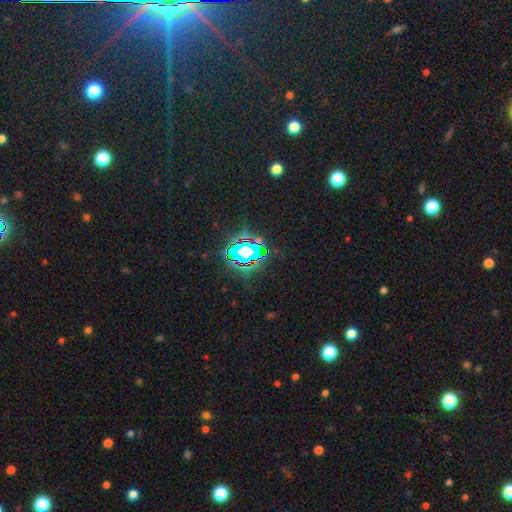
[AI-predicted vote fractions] This is likely a star or artifact rather than a galaxy (75%).